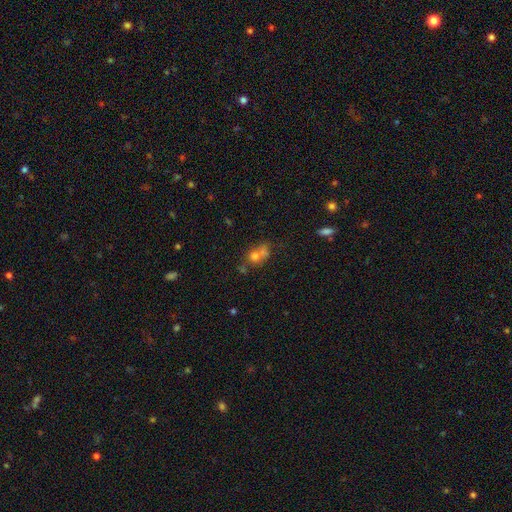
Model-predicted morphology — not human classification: smooth 64%, star or artifact 18%, featured or disk 18%. Down the decision tree: how rounded — round (70%); merging — merger (45%).